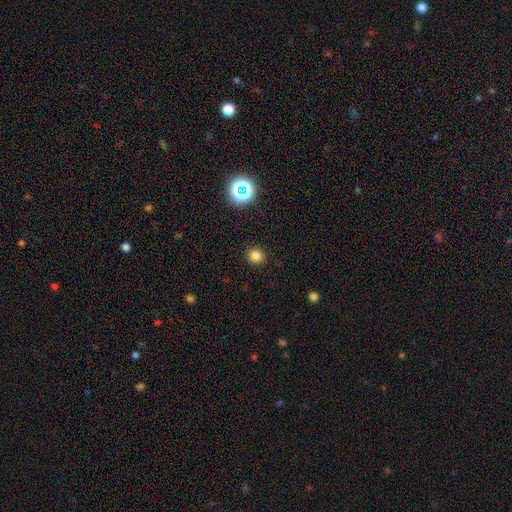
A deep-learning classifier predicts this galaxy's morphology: This appears to be a smooth galaxy with no disk features (80%) that is round (88%). Merging: none (91%).